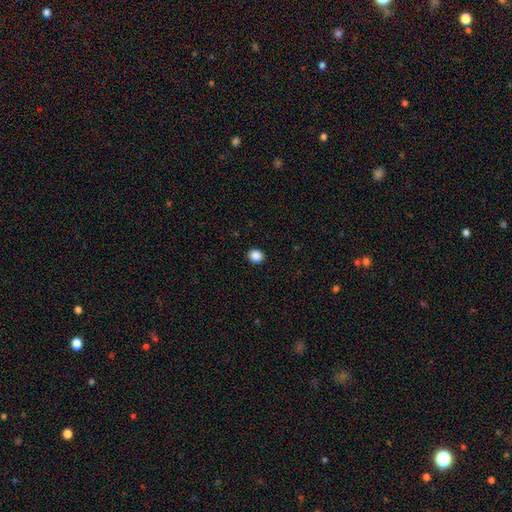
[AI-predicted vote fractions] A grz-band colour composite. It shows a smooth galaxy with no disk features (88%) that is round (73%). Merging: none (92%).